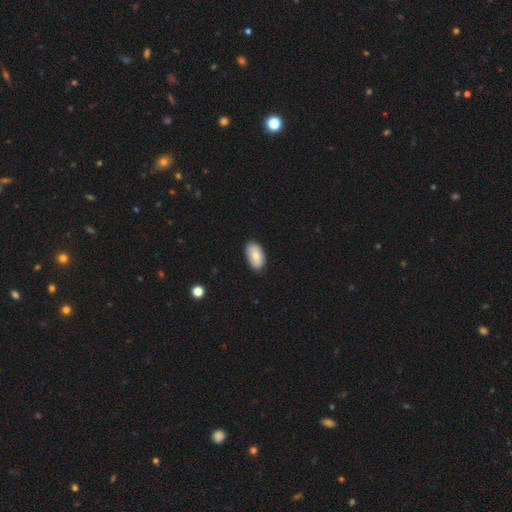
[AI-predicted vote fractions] Smooth or featured: smooth — 80% (featured or disk — 13%)
How rounded: in between — 95% (round — 4%)
Merging: none — 85% (minor disturbance — 12%)